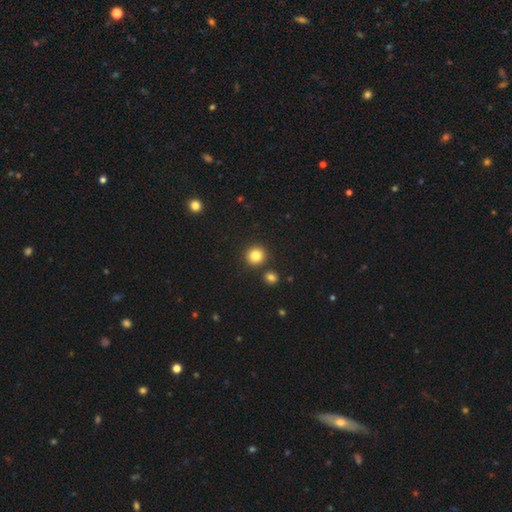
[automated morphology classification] type=smooth (84%); roundness=round (93%); merging=none (87%).